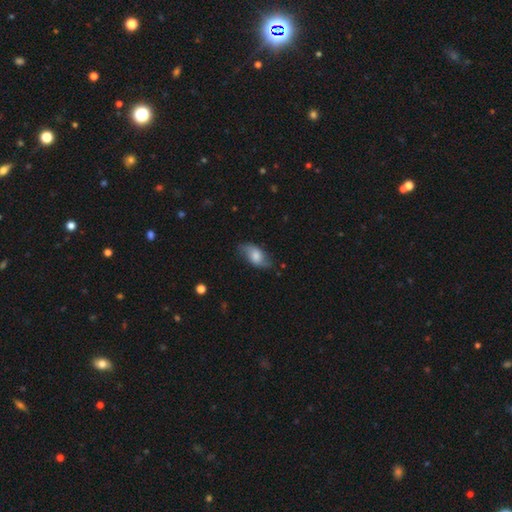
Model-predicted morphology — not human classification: type=smooth (63%); roundness=in between (91%); merging=none (71%).